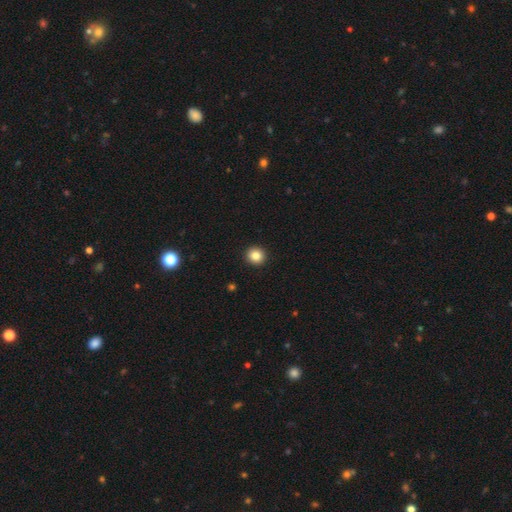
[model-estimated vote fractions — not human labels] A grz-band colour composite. It shows a smooth galaxy with no disk features (85%) that is round (91%). Merging: none (94%).